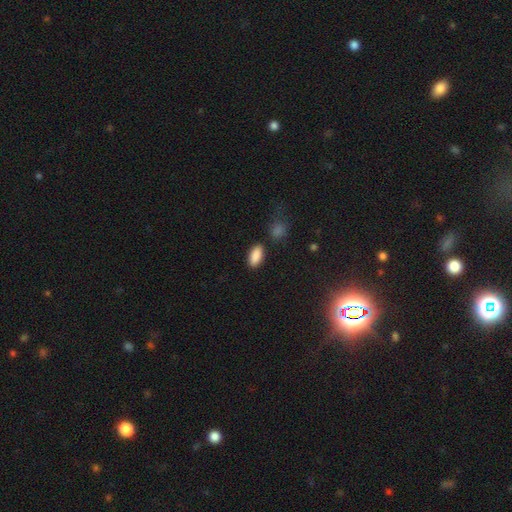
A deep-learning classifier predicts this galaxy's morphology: The model was most divided on "merging": none: 84%, minor disturbance: 10%, merger: 4%, major disturbance: 3%. More confident: how rounded — in between (89%); smooth or featured — smooth (89%).